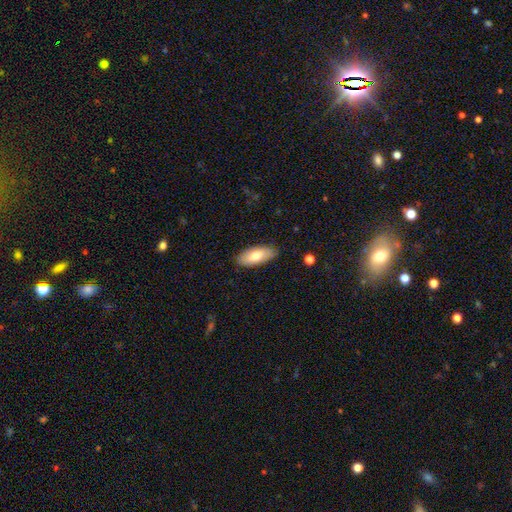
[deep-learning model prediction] Q: Smooth or featured?
A: smooth (73%); runner-up: featured or disk (21%)
Q: How rounded?
A: in between (84%); runner-up: cigar-shaped (14%)
Q: Merging?
A: none (86%); runner-up: minor disturbance (10%)